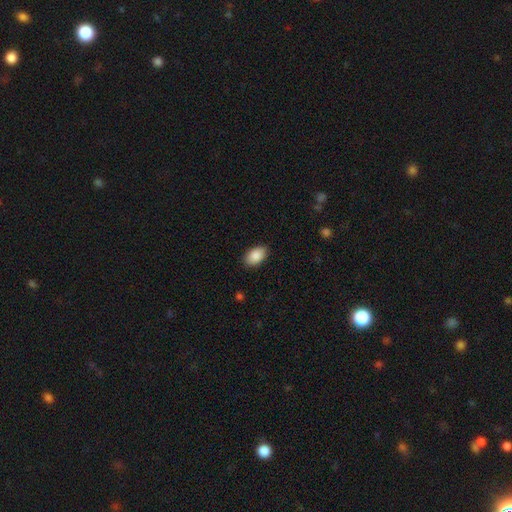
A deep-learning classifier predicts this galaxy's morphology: smooth-or-featured: smooth: 89% | star or artifact: 7% | featured or disk: 4%
  how-rounded: in between: 92% | round: 7% | cigar-shaped: 1%
  merging: none: 87% | minor disturbance: 10% | major disturbance: 2% | merger: 1%